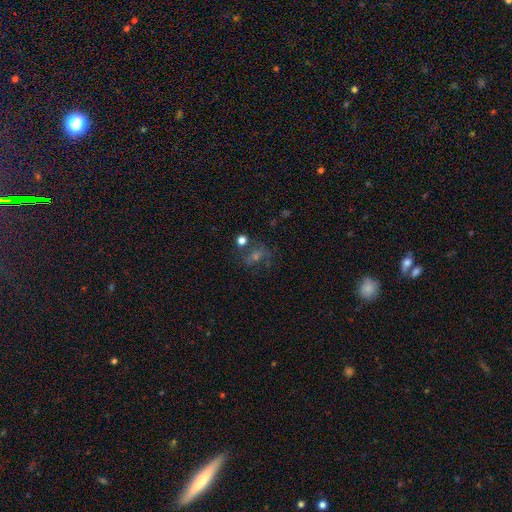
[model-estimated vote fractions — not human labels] Overall: featured or disk (40%; star or artifact 31%). Merging: none (66%).